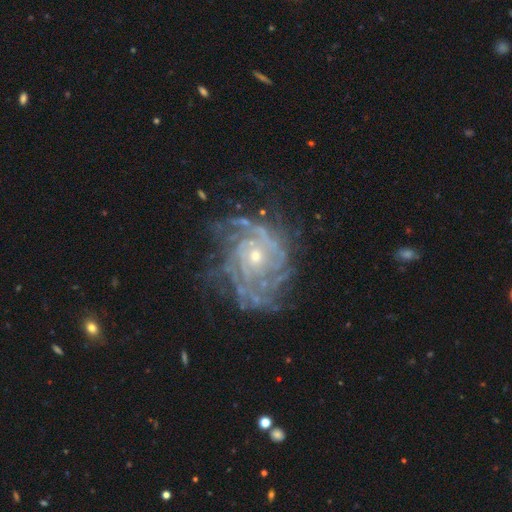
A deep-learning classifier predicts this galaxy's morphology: featured or disk 89%, star or artifact 7%, smooth 4%. Down the decision tree: edge-on disk — no (97%); bar — no (77%); spiral arms — yes (96%); spiral arm count — can't tell (33%); spiral winding — tight (71%); bulge size — small (59%); merging — none (64%).